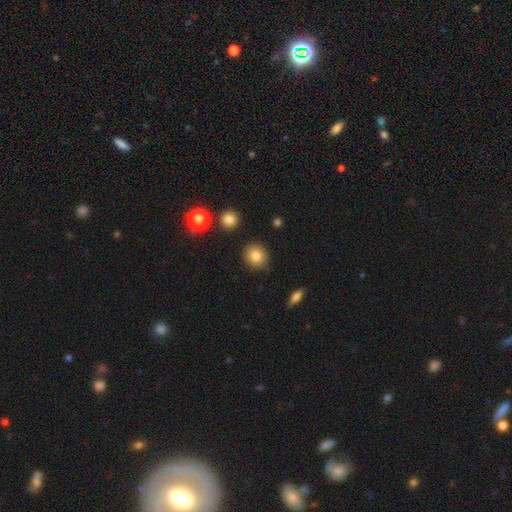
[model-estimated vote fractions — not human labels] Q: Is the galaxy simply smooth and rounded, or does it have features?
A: smooth — 82%.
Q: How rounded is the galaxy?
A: round — 83%.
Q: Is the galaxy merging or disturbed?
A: none — 87%.